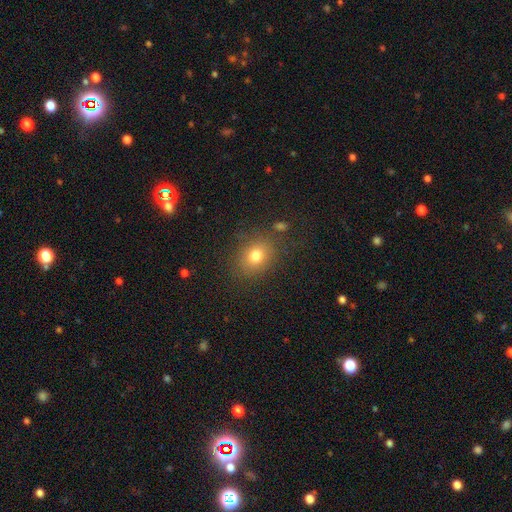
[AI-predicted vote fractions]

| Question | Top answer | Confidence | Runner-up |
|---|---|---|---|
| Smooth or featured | smooth | 77% | star or artifact (13%) |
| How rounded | round | 60% | in between (39%) |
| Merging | none | 80% | minor disturbance (12%) |